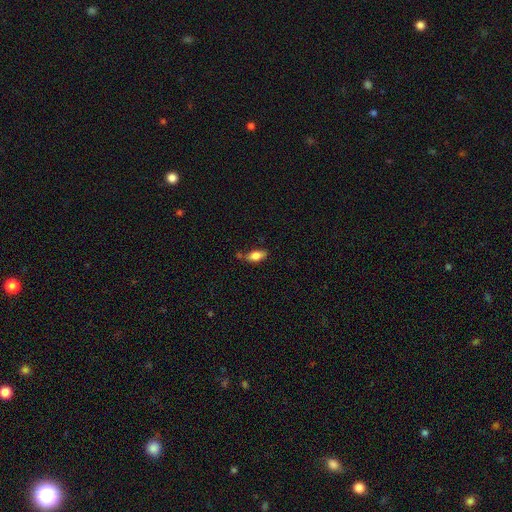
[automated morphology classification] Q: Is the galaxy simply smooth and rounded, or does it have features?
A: smooth — 80%.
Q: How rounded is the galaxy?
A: in between — 87%.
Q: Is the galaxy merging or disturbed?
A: none — 67%.